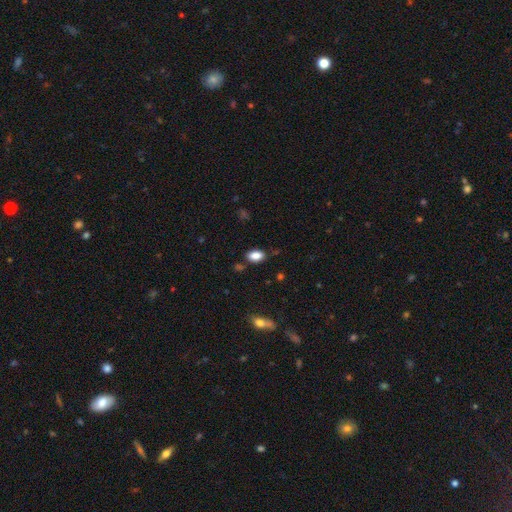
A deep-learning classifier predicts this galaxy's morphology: smooth 86%, star or artifact 9%, featured or disk 5%. Down the decision tree: how rounded — in between (90%); merging — none (80%).